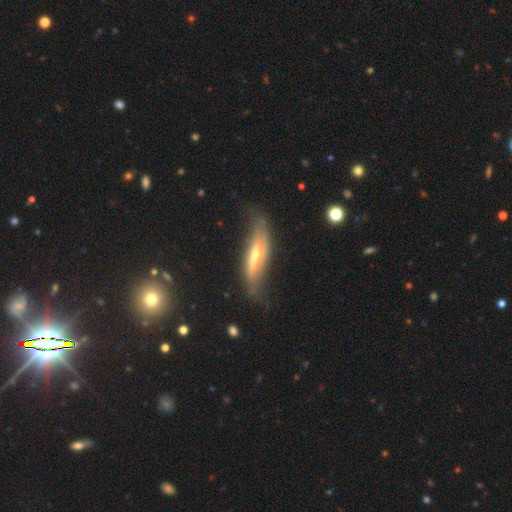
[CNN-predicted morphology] type=featured or disk (66%); edge-on=yes (59%); merging=none (54%).